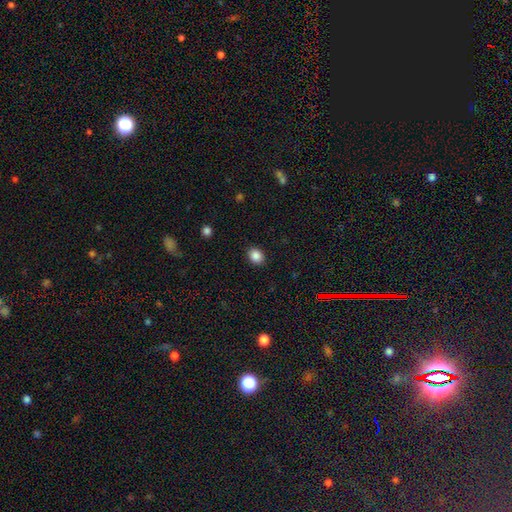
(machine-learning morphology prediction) Overall: smooth (86%). How rounded: round (57%; in between 42%). Merging: none (90%).